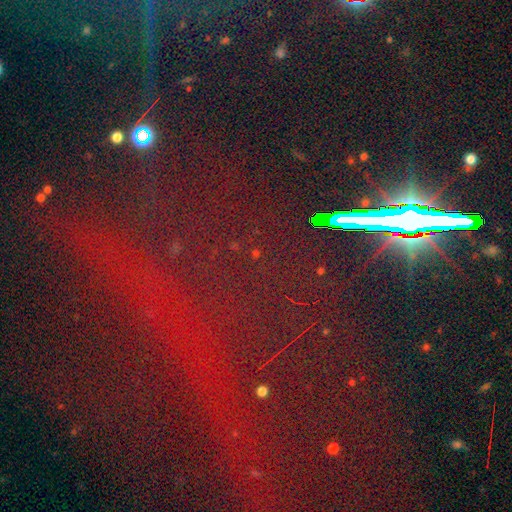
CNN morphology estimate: Overall: star or artifact (80%).